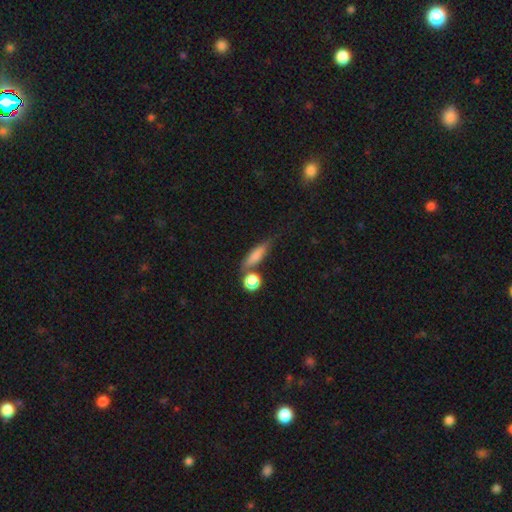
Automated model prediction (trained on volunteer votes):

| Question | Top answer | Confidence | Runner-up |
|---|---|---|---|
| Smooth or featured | smooth | 71% | featured or disk (20%) |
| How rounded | cigar-shaped | 50% | in between (39%) |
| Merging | none | 59% | minor disturbance (18%) |